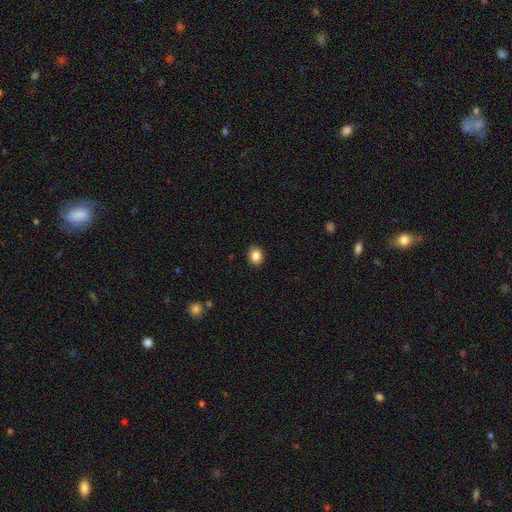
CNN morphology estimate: Overall: smooth (85%). How rounded: round (52%; in between 47%). Merging: none (87%).